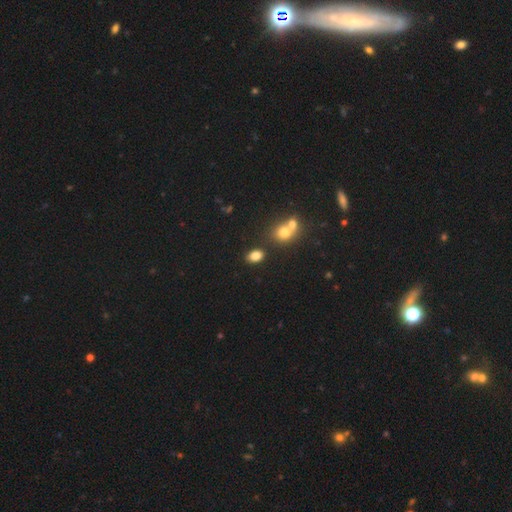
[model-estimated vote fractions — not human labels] A smooth galaxy with no disk features (82%) that is in between round and cigar-shaped (78%). Merging: none (78%).